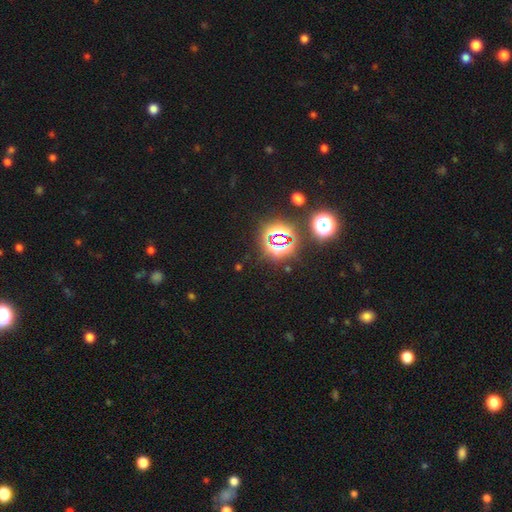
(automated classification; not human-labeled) Overall: star or artifact (79%).